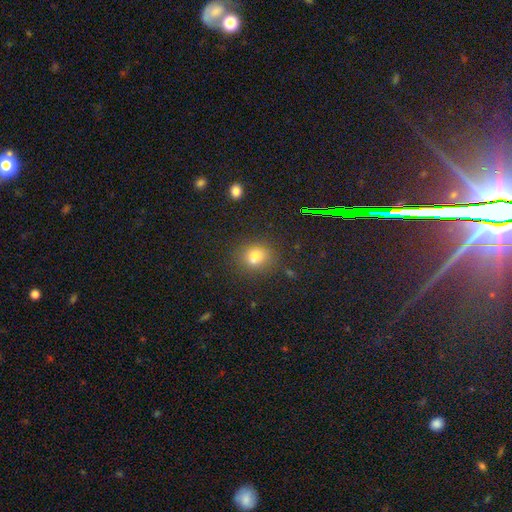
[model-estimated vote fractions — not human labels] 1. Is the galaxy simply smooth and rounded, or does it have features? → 71% smooth, 19% star or artifact, 10% featured or disk.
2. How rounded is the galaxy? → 67% round, 31% in between, 2% cigar-shaped.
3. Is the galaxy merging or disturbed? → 67% none, 15% minor disturbance, 13% merger, 5% major disturbance.